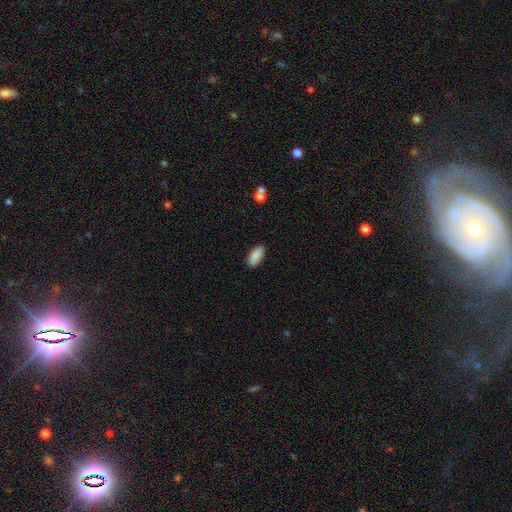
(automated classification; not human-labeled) A smooth galaxy with no disk features (90%) that is in between round and cigar-shaped (90%). Merging: none (89%).